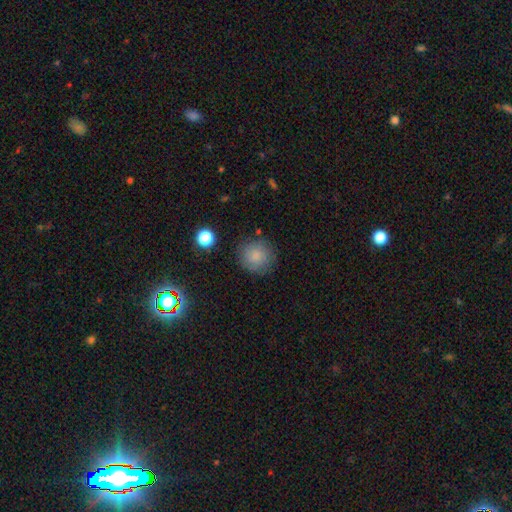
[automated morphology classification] The model was most divided on "merging": none: 83%, minor disturbance: 11%, major disturbance: 4%, merger: 2%. More confident: how rounded — round (92%); smooth or featured — smooth (84%).